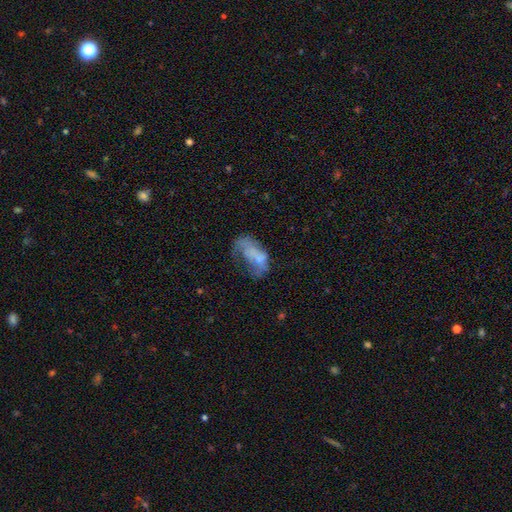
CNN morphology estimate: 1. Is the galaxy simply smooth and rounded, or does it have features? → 46% smooth, 42% featured or disk, 12% star or artifact.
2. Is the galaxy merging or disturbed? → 47% major disturbance, 23% none, 20% minor disturbance, 9% merger.